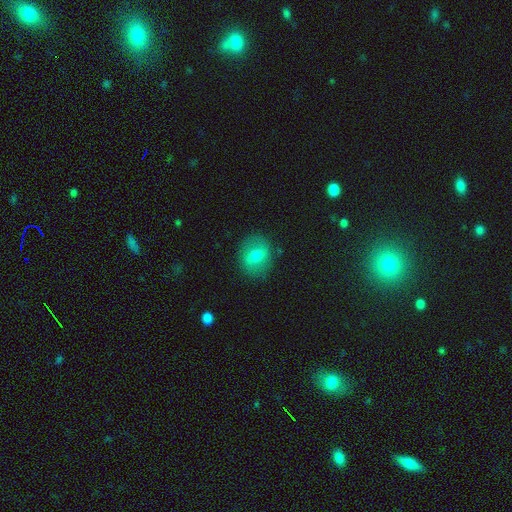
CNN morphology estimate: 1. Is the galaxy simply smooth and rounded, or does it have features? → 60% smooth, 31% featured or disk, 9% star or artifact.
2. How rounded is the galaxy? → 62% round, 37% in between, 2% cigar-shaped.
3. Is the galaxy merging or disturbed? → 83% none, 12% minor disturbance, 4% major disturbance, 1% merger.